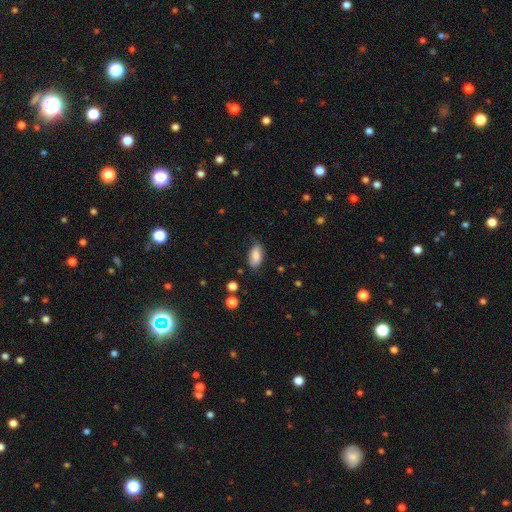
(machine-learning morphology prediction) Smooth or featured? smooth (81%)
How rounded? in between (91%)
Merging? none (66%)